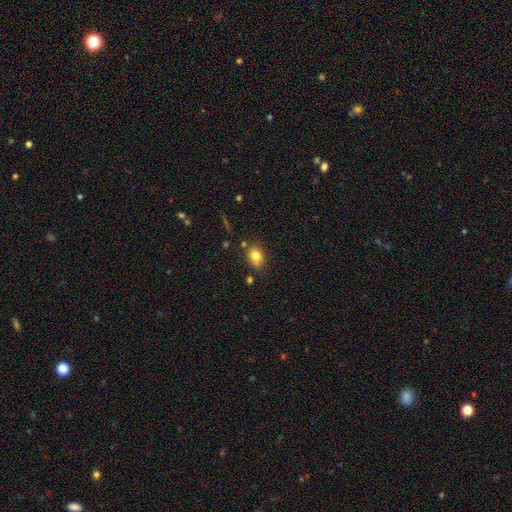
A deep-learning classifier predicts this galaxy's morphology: Smooth or featured?
  - smooth: 79% *
  - star or artifact: 11%
  - featured or disk: 10%
How rounded?
  - in between: 53% *
  - round: 46%
  - cigar-shaped: 1%
Merging?
  - none: 71% *
  - minor disturbance: 17%
  - merger: 8%
  - major disturbance: 4%